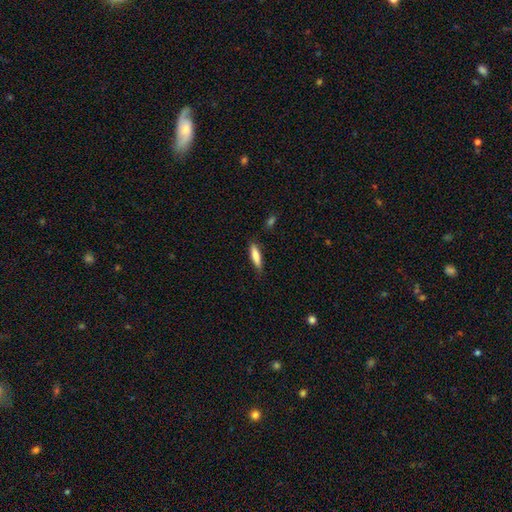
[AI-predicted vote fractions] The model was most divided on "how rounded": cigar-shaped: 70%, in between: 28%, round: 2%. More confident: merging — none (83%); smooth or featured — smooth (80%).